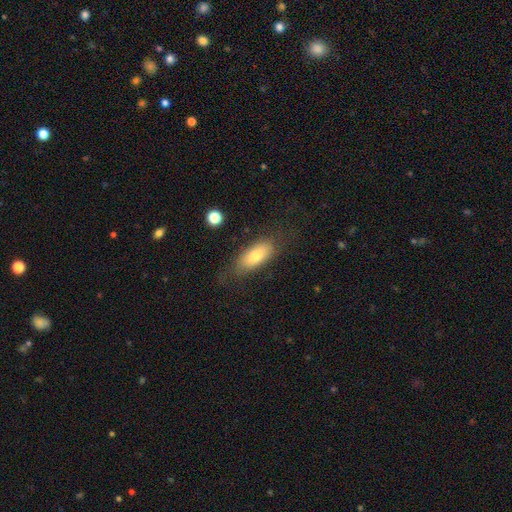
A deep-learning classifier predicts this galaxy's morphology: Smooth or featured: smooth — 72% (featured or disk — 20%)
How rounded: in between — 81% (cigar-shaped — 16%)
Merging: none — 72% (minor disturbance — 18%)